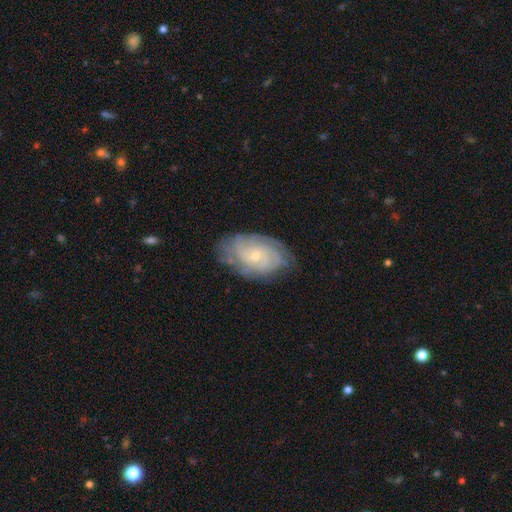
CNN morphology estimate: smooth_or_featured: featured or disk (p=0.79) [alt: smooth p=0.14]
disk_edge_on: no (p=0.96) [alt: yes p=0.04]
bar: no (p=0.75) [alt: weak p=0.22]
has_spiral_arms: yes (p=0.94) [alt: no p=0.06]
spiral_winding: tight (p=0.72) [alt: medium p=0.23]
spiral_arm_count: can't tell (p=0.42) [alt: 4 p=0.16]
bulge_size: small (p=0.75) [alt: moderate p=0.22]
merging: none (p=0.75) [alt: minor disturbance p=0.18]